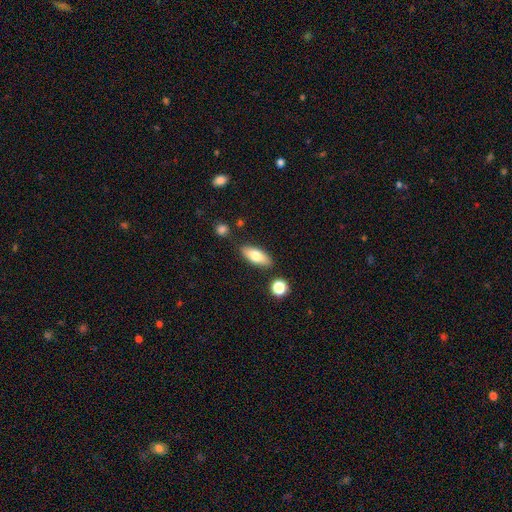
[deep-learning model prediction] This appears to be a smooth galaxy with no disk features (75%) that is in between round and cigar-shaped (77%). Merging: none (83%).